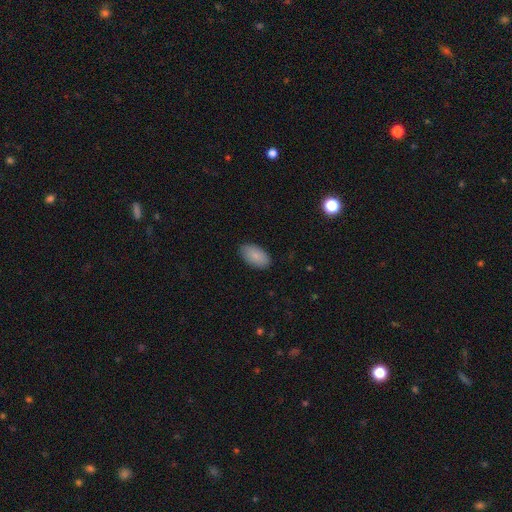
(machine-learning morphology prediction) Smooth or featured? Predicted: smooth (p=0.86). How rounded? Predicted: in between (p=0.94). Merging? Predicted: none (p=0.86).